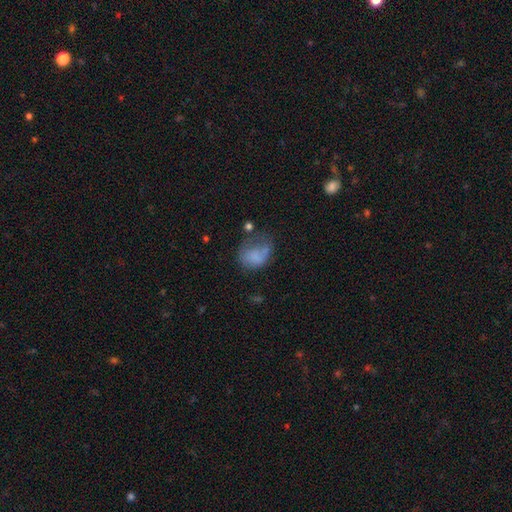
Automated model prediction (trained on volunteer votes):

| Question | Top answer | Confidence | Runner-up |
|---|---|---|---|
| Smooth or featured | smooth | 65% | featured or disk (24%) |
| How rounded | in between | 55% | round (44%) |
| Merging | major disturbance | 35% | none (29%) |